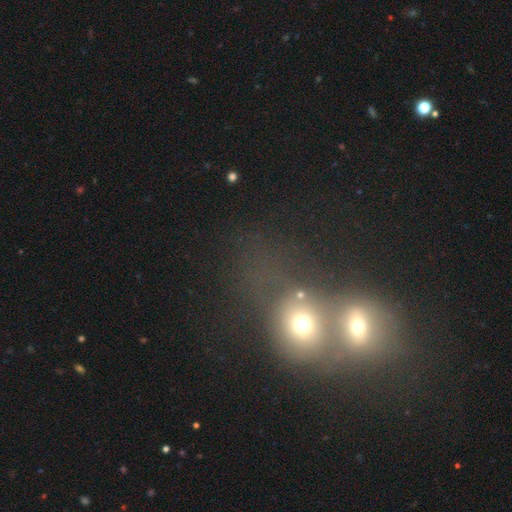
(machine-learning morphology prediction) smooth 49%, star or artifact 33%, featured or disk 18%. Down the decision tree: merging — merger (74%).